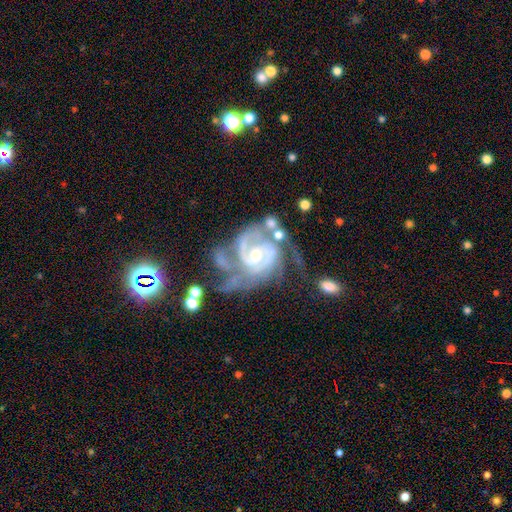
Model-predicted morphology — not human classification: Smooth or featured?
  - featured or disk: 91% *
  - star or artifact: 5%
  - smooth: 4%
Edge-on disk?
  - no: 98% *
  - yes: 2%
Bar?
  - no: 53% *
  - weak: 34%
  - strong: 13%
Spiral arms?
  - yes: 98% *
  - no: 2%
Spiral winding?
  - tight: 54% *
  - medium: 38%
  - loose: 8%
Spiral arm count?
  - 2: 47% *
  - 3: 25%
  - can't tell: 13%
  - 4: 6%
  - 1: 5%
  - more than 4: 4%
Bulge size?
  - small: 48% *
  - moderate: 47%
  - large: 2%
  - none: 2%
  - dominant: 1%
Merging?
  - none: 36% *
  - major disturbance: 29%
  - minor disturbance: 22%
  - merger: 13%